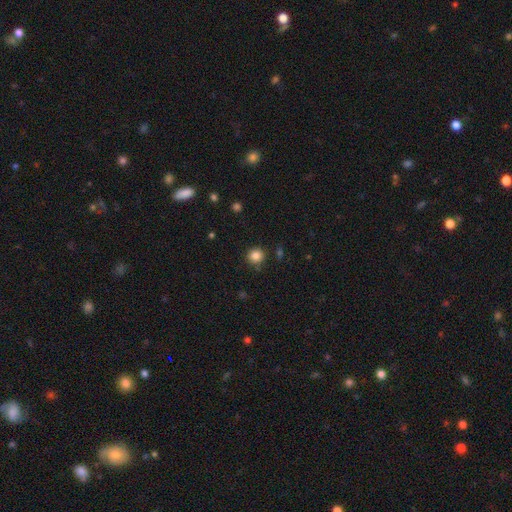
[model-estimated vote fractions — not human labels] Smooth or featured? Predicted: smooth (p=0.84). How rounded? Predicted: round (p=0.93). Merging? Predicted: none (p=0.85).